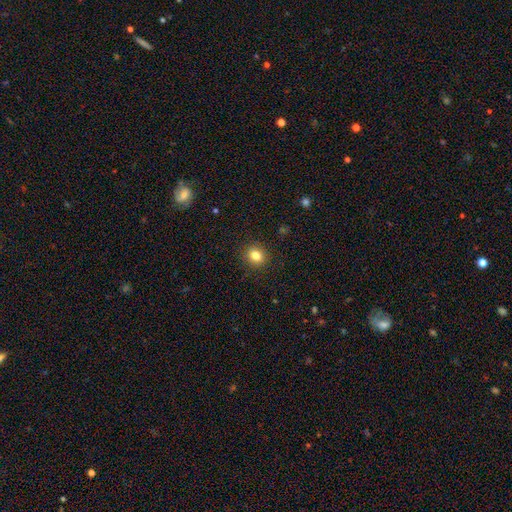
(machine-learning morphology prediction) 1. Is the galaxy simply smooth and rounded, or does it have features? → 83% smooth, 11% star or artifact, 6% featured or disk.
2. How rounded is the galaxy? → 72% round, 27% in between, 1% cigar-shaped.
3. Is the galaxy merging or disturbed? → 90% none, 7% minor disturbance, 2% major disturbance, 1% merger.